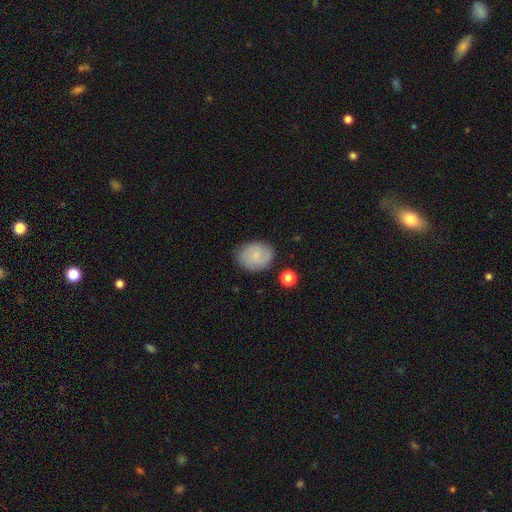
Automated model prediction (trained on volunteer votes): Smooth or featured: smooth — 58% (featured or disk — 33%)
How rounded: round — 50% (in between — 49%)
Merging: none — 79% (minor disturbance — 15%)